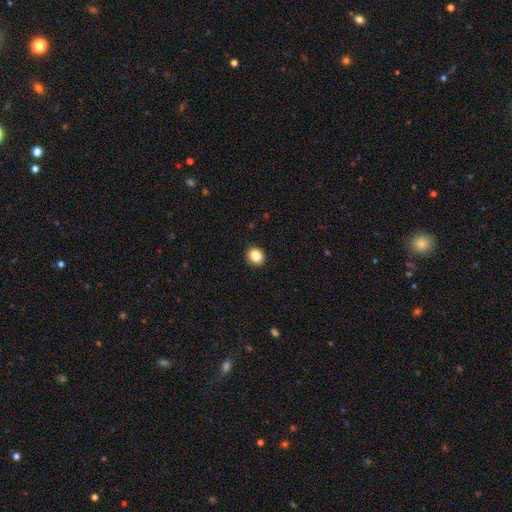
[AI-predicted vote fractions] A smooth galaxy with no disk features (86%) that is round (69%).

Vote fractions:
- Smooth or featured? smooth: 86% / star or artifact: 10% / featured or disk: 5%
- How rounded? round: 69% / in between: 30% / cigar-shaped: 1%
- Merging? none: 91% / minor disturbance: 6% / major disturbance: 2% / merger: 1%